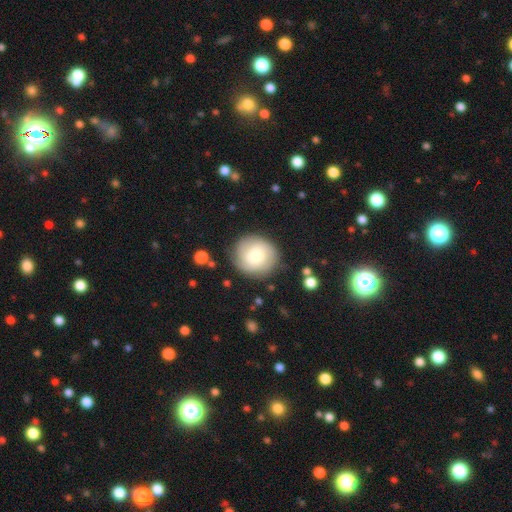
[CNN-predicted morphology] smooth-or-featured: smooth: 55% | featured or disk: 37% | star or artifact: 8%
  how-rounded: round: 91% | in between: 8% | cigar-shaped: 1%
  merging: none: 83% | minor disturbance: 11% | major disturbance: 4% | merger: 2%